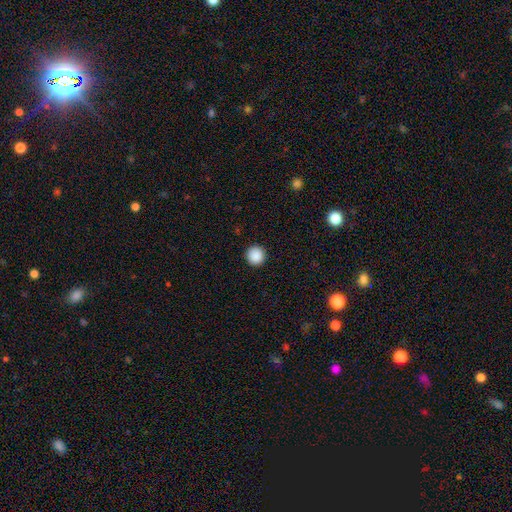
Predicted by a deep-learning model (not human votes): Smooth or featured? Predicted: smooth (p=0.89). How rounded? Predicted: round (p=0.96). Merging? Predicted: none (p=0.93).